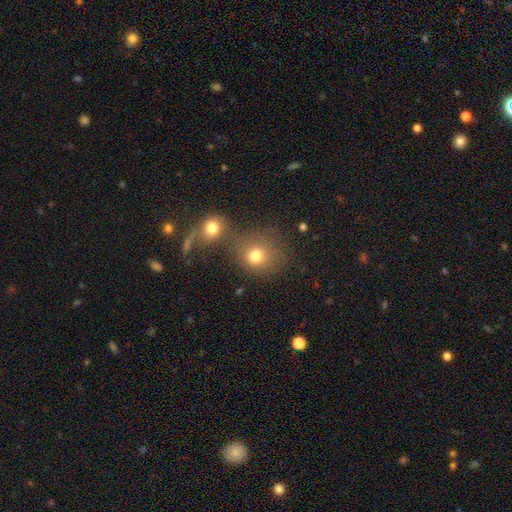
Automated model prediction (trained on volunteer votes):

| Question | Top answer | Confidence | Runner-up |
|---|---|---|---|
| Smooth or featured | smooth | 77% | star or artifact (14%) |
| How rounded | round | 79% | in between (20%) |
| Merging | none | 47% | merger (38%) |